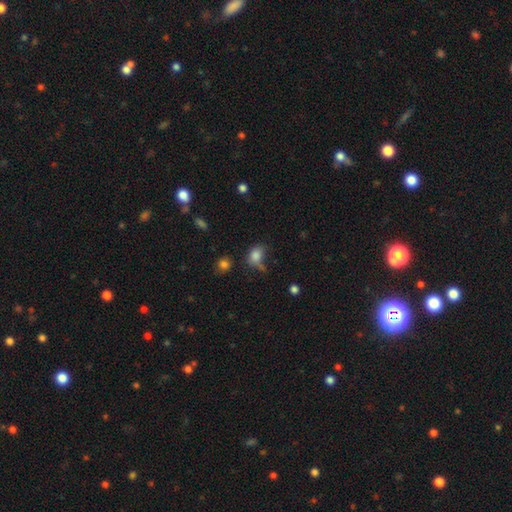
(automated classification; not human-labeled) Smooth or featured?
  - smooth: 82% *
  - star or artifact: 11%
  - featured or disk: 7%
How rounded?
  - in between: 68% *
  - round: 31%
  - cigar-shaped: 2%
Merging?
  - none: 49% *
  - minor disturbance: 27%
  - major disturbance: 14%
  - merger: 10%